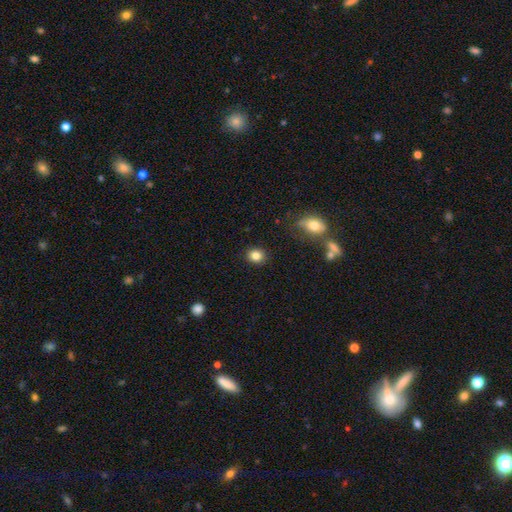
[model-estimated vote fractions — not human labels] The model was most divided on "how rounded": round: 74%, in between: 25%, cigar-shaped: 1%. More confident: merging — none (89%); smooth or featured — smooth (83%).